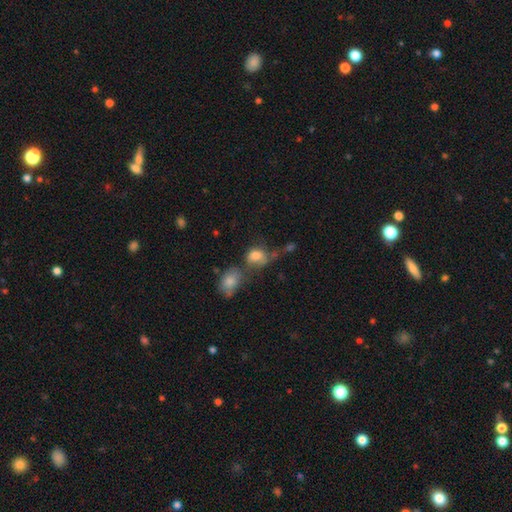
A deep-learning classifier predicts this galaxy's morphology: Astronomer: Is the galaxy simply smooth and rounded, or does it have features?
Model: smooth — 76%.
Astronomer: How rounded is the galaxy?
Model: in between — 61% (runner-up: round, 37%).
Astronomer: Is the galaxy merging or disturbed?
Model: merger — 39% (runner-up: none, 29%).